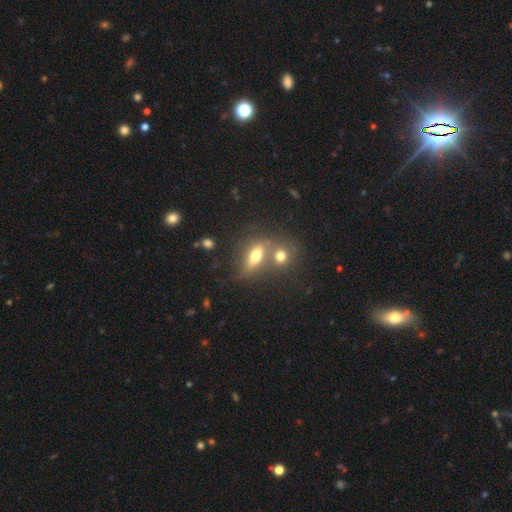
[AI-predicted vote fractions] This is likely a smooth galaxy (64%). How rounded: likely in between (68%). Merging: possibly merger (45%).